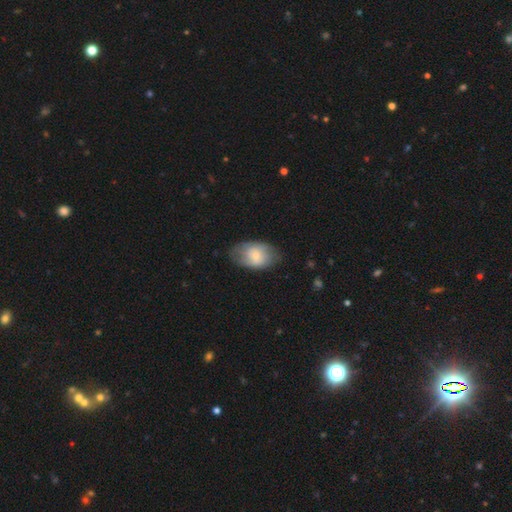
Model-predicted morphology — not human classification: type=smooth (63%); roundness=in between (88%); merging=none (66%).